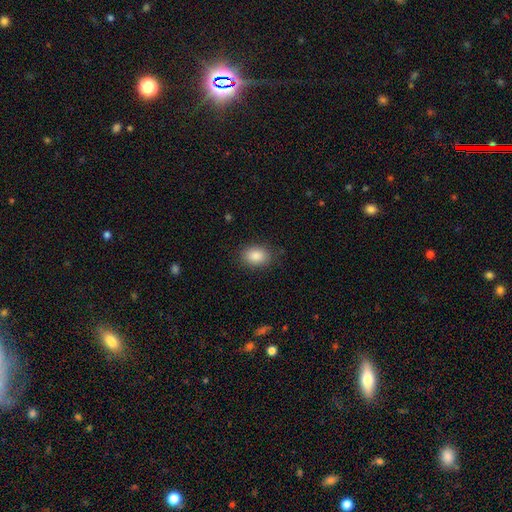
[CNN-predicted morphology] smooth_or_featured: smooth (p=0.87) [alt: star or artifact p=0.08]
how_rounded: in between (p=0.73) [alt: round p=0.26]
merging: none (p=0.85) [alt: minor disturbance p=0.11]